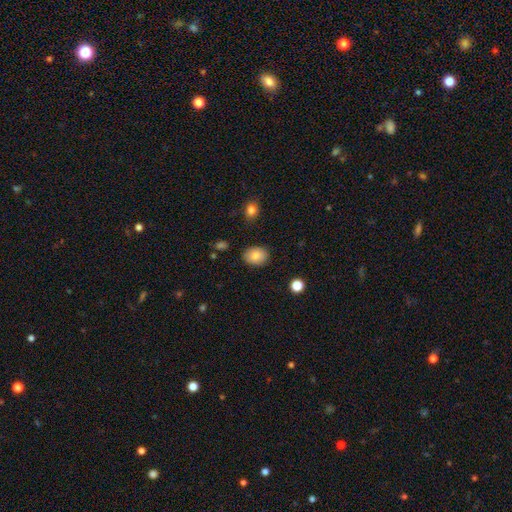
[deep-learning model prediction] smooth 83%, featured or disk 9%, star or artifact 8%. Down the decision tree: how rounded — in between (60%); merging — none (86%).